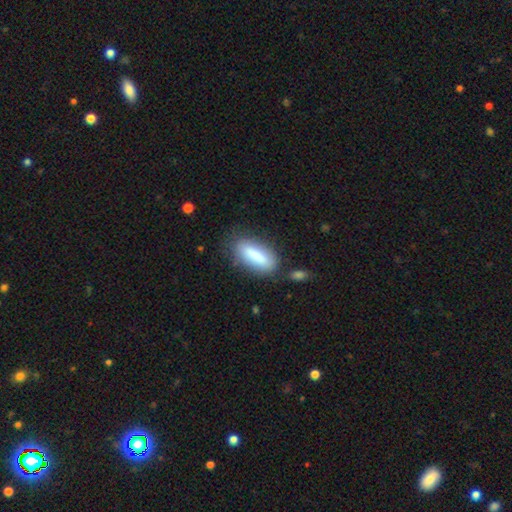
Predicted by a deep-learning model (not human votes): A smooth galaxy with no disk features (83%) that is in between round and cigar-shaped (68%). Merging: none (74%).